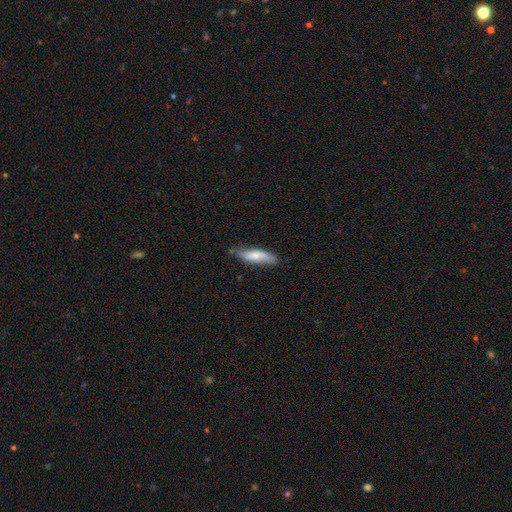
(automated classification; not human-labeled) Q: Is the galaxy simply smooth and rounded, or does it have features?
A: smooth — 65%.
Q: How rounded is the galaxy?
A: cigar-shaped — 59%.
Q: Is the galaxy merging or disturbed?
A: none — 67%.